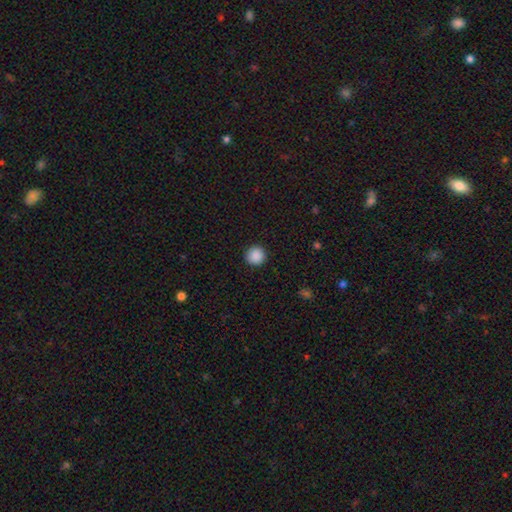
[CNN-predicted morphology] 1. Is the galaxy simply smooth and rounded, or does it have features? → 89% smooth, 9% star or artifact, 2% featured or disk.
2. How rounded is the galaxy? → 96% round, 3% in between, 1% cigar-shaped.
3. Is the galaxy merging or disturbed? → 92% none, 5% minor disturbance, 2% major disturbance, 1% merger.